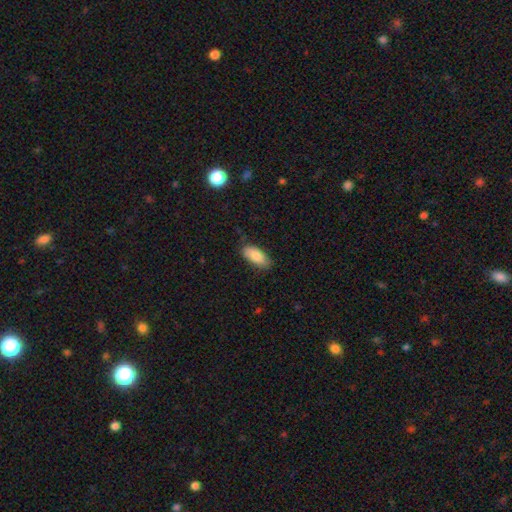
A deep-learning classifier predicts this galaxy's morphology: Smooth or featured: smooth — 82% (featured or disk — 12%)
How rounded: in between — 89% (cigar-shaped — 9%)
Merging: none — 79% (minor disturbance — 17%)